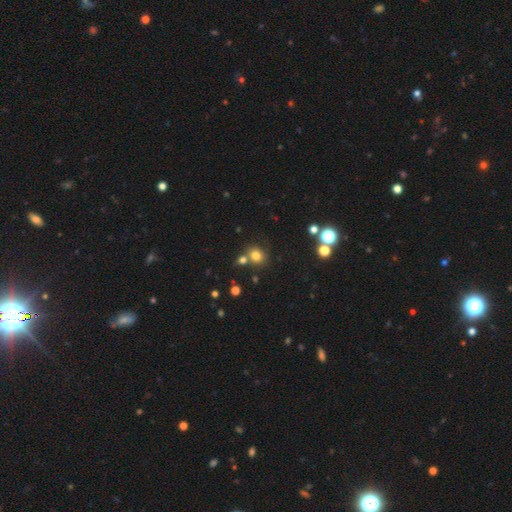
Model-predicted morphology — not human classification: Smooth or featured?
  - smooth: 76% *
  - star or artifact: 16%
  - featured or disk: 8%
How rounded?
  - round: 80% *
  - in between: 19%
  - cigar-shaped: 1%
Merging?
  - none: 64% *
  - merger: 23%
  - minor disturbance: 9%
  - major disturbance: 4%